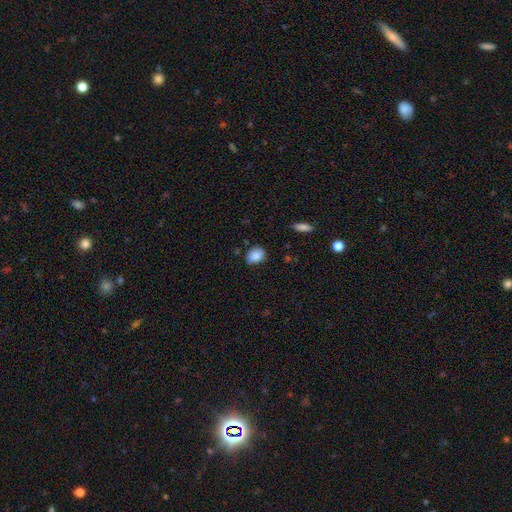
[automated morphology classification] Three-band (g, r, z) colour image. It shows a smooth galaxy with no disk features (86%) that is in between round and cigar-shaped (63%). Merging: none (73%).